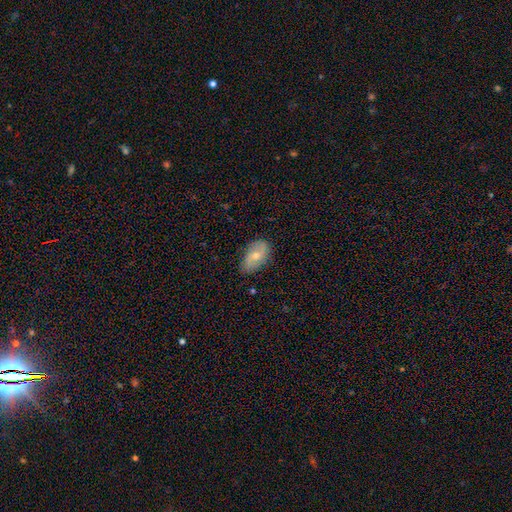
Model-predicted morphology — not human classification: featured or disk 56%, smooth 37%, star or artifact 7%. Down the decision tree: edge-on disk — no (95%); bar — no (53%); spiral arms — yes (87%); bulge size — moderate (61%); merging — none (78%).